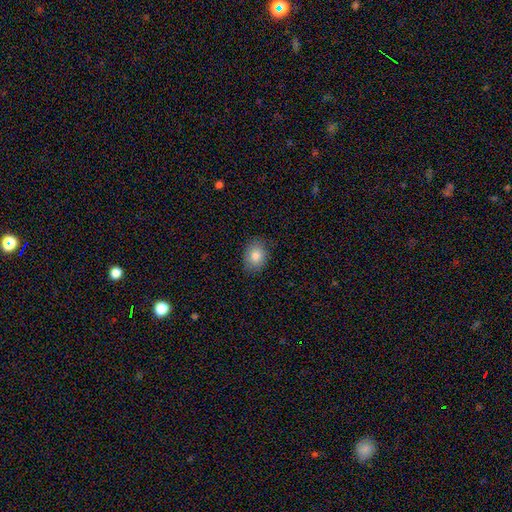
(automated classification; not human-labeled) Smooth or featured: smooth — 82% (featured or disk — 10%)
How rounded: in between — 64% (round — 36%)
Merging: none — 83% (minor disturbance — 13%)